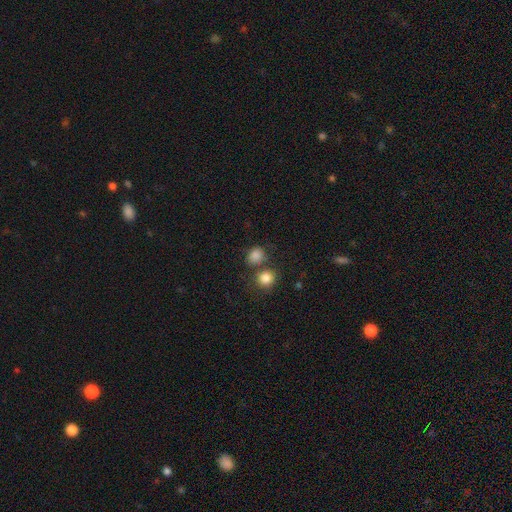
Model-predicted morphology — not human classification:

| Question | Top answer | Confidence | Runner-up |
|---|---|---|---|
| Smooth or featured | smooth | 83% | star or artifact (12%) |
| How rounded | round | 65% | in between (34%) |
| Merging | none | 58% | merger (23%) |